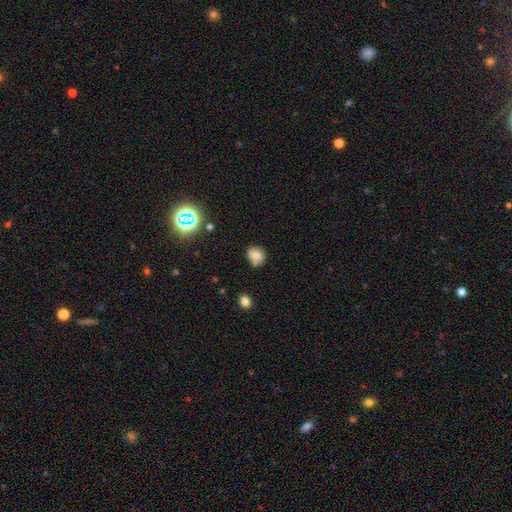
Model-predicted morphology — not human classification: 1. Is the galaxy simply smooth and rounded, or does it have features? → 75% smooth, 13% star or artifact, 12% featured or disk.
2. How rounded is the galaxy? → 66% round, 33% in between, 1% cigar-shaped.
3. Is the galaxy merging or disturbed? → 63% none, 25% minor disturbance, 6% merger, 5% major disturbance.